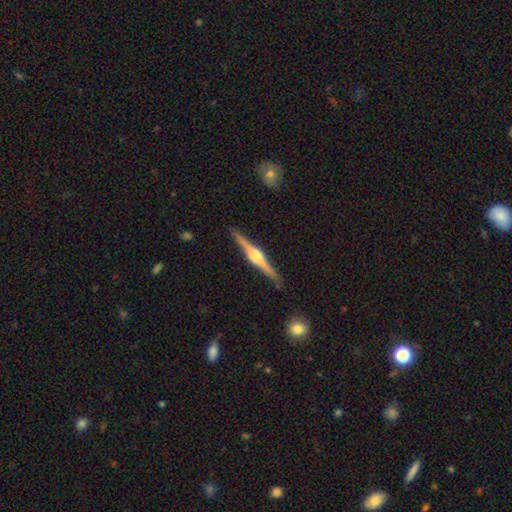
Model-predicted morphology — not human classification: This appears to be a featured or disk galaxy (84%) viewed edge-on (98%) with a rounded central bulge (90%). Merging: none (91%).